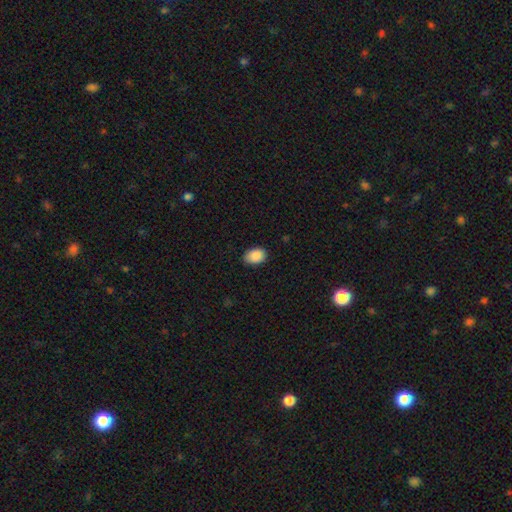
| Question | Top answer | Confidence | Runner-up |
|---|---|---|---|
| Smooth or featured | smooth | 92% | star or artifact (5%) |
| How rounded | in between | 91% | round (9%) |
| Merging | none | 86% | minor disturbance (11%) |